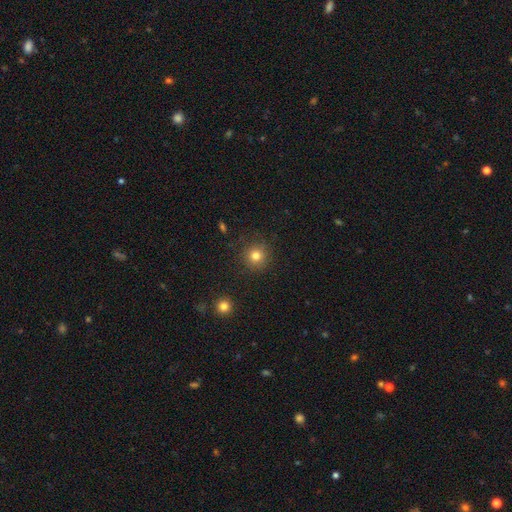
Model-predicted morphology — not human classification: Smooth or featured? Predicted: smooth (p=0.79). How rounded? Predicted: round (p=0.94). Merging? Predicted: none (p=0.87).